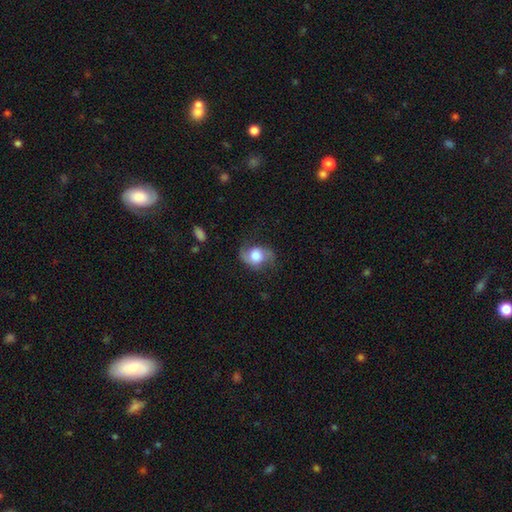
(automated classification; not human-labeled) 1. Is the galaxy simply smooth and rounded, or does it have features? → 54% featured or disk, 38% smooth, 8% star or artifact.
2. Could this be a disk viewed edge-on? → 96% no, 4% yes.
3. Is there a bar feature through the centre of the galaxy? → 67% no, 27% weak, 6% strong.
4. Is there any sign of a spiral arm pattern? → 87% yes, 13% no.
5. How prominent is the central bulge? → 52% large, 27% moderate, 13% dominant, 5% small, 3% none.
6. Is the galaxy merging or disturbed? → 63% none, 23% minor disturbance, 13% major disturbance, 2% merger.